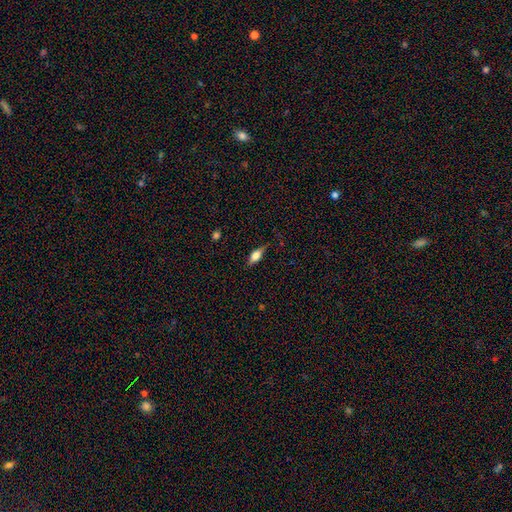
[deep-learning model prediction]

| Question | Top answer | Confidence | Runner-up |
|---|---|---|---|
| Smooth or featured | smooth | 69% | featured or disk (23%) |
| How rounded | in between | 73% | cigar-shaped (23%) |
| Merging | none | 70% | minor disturbance (22%) |